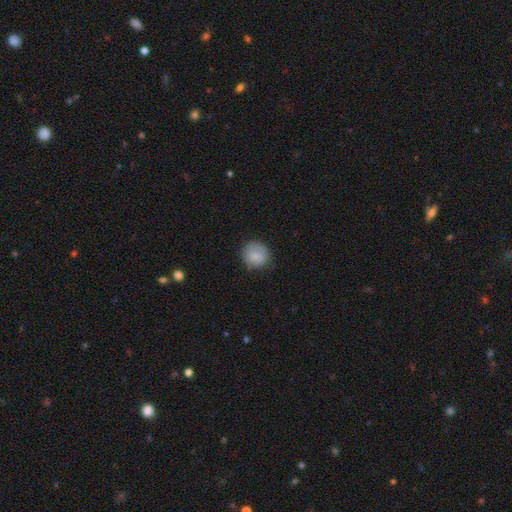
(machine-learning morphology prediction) smooth_or_featured: smooth (p=0.82) [alt: featured or disk p=0.11]
how_rounded: round (p=0.86) [alt: in between p=0.13]
merging: none (p=0.78) [alt: minor disturbance p=0.16]